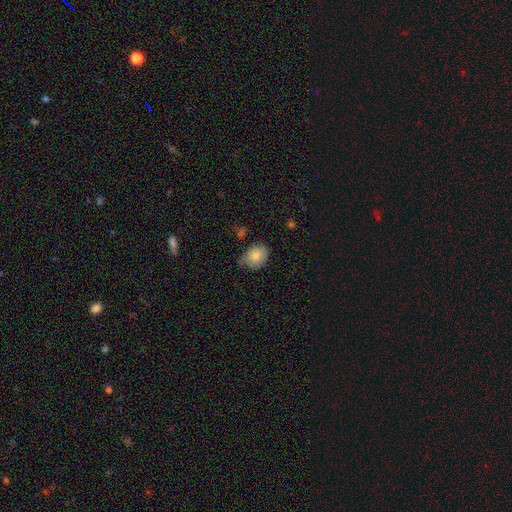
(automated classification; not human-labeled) A smooth galaxy with no disk features (80%) that is round (51%).

Vote fractions:
- Smooth or featured? smooth: 80% / featured or disk: 12% / star or artifact: 8%
- How rounded? round: 51% / in between: 48% / cigar-shaped: 1%
- Merging? none: 57% / minor disturbance: 33% / major disturbance: 6% / merger: 3%